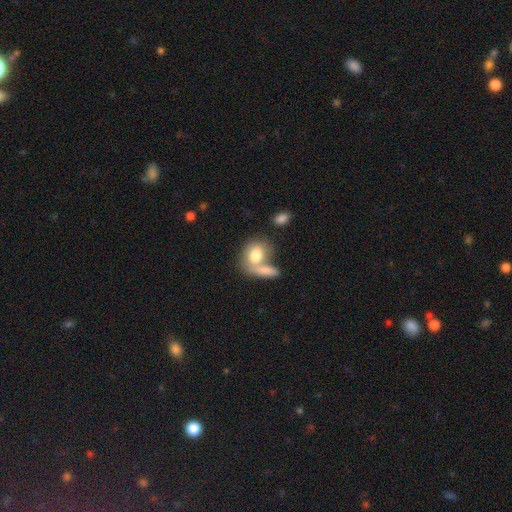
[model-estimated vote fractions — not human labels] The model was most divided on "merging": merger: 53%, none: 29%, minor disturbance: 10%, major disturbance: 8%. More confident: smooth or featured — smooth (75%); how rounded — in between (63%).